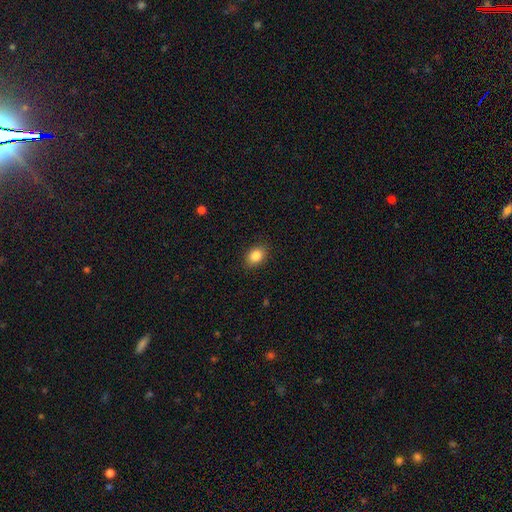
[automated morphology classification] type=smooth (86%); roundness=in between (69%); merging=none (87%).